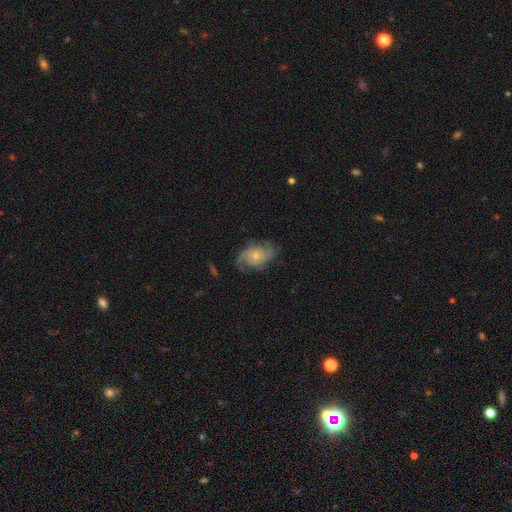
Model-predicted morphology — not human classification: Smooth or featured? featured or disk (86%)
Edge-on disk? no (97%)
Bar? no (75%)
Spiral arms? yes (97%)
Spiral winding? medium (45%)
Spiral arm count? 2 (56%)
Bulge size? small (61%)
Merging? none (73%)